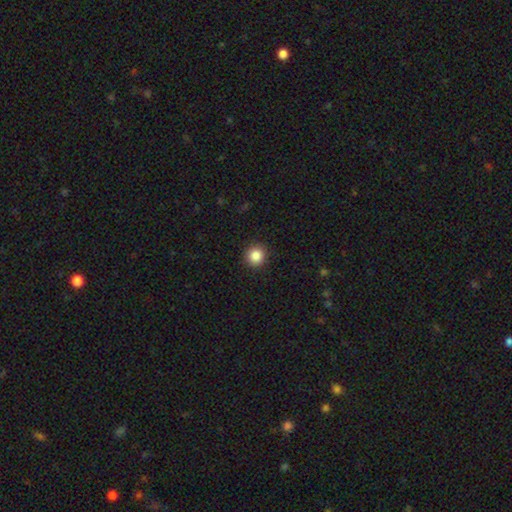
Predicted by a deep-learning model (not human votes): This is clearly a smooth galaxy (86%). How rounded: clearly round (93%). Merging: clearly none (92%).